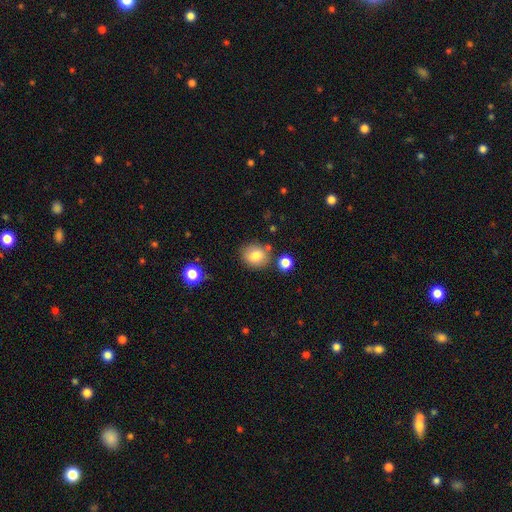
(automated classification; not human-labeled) Smooth or featured? Predicted: smooth (p=0.80). How rounded? Predicted: round (p=0.70). Merging? Predicted: none (p=0.77).